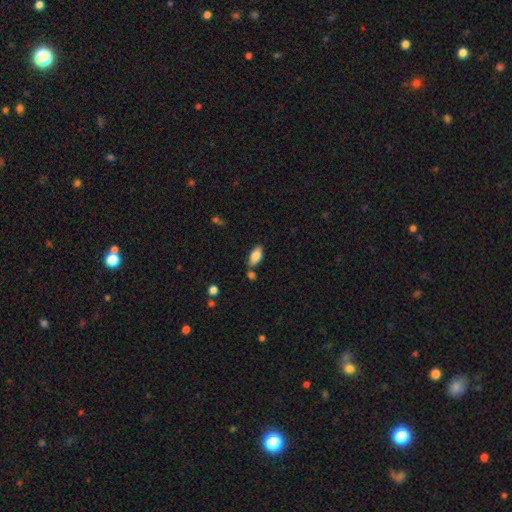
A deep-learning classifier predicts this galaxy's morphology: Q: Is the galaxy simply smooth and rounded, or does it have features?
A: smooth — 82%.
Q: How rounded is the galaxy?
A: in between — 91%.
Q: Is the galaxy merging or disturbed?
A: none — 74%.